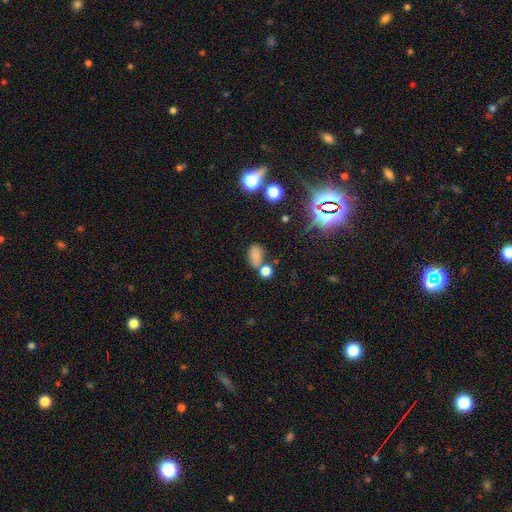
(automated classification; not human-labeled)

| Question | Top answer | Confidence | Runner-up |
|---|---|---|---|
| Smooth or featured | smooth | 71% | star or artifact (18%) |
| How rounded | in between | 82% | round (16%) |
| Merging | none | 50% | merger (29%) |